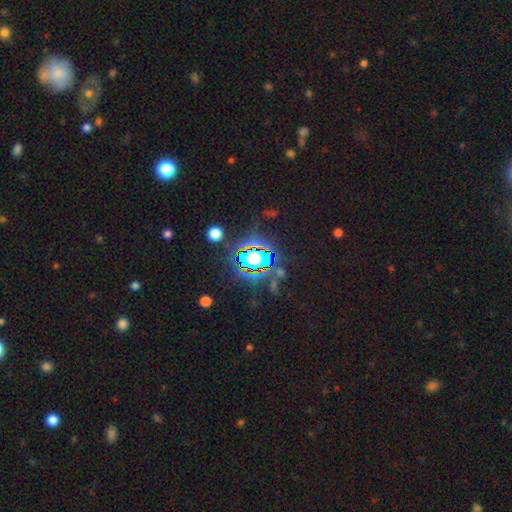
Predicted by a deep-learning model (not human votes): Q: Smooth or featured?
A: star or artifact (79%); runner-up: smooth (12%)